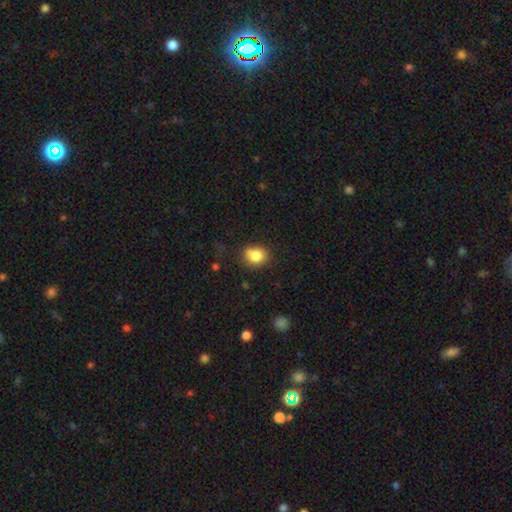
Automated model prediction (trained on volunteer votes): Smooth or featured? smooth (82%)
How rounded? round (64%)
Merging? none (70%)